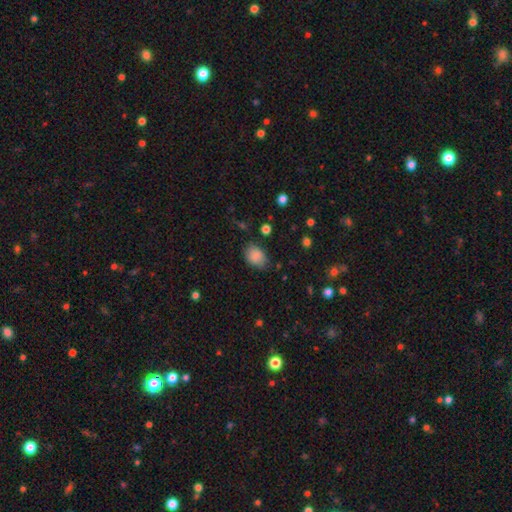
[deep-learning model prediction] This appears to be a smooth galaxy with no disk features (86%) that is in between round and cigar-shaped (68%). Merging: none (72%).